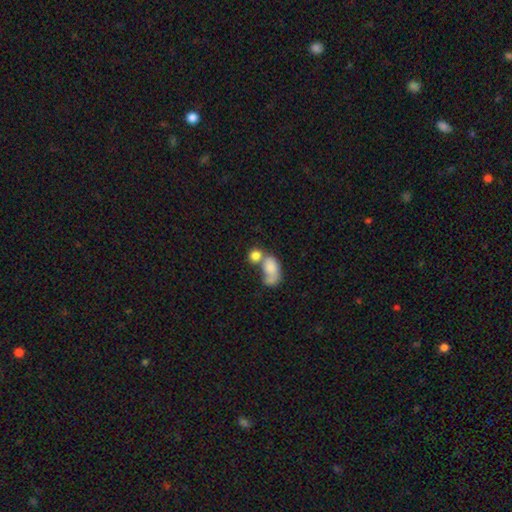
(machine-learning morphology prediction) smooth_or_featured: smooth (p=0.80) [alt: featured or disk p=0.12]
how_rounded: in between (p=0.52) [alt: round p=0.46]
merging: merger (p=0.55) [alt: none p=0.26]